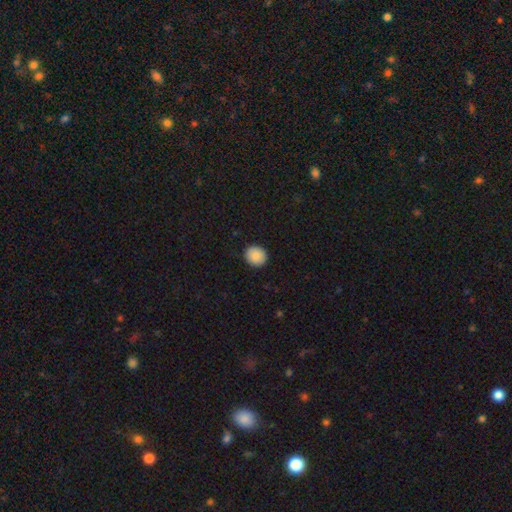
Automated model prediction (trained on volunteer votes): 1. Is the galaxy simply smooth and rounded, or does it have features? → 89% smooth, 8% star or artifact, 4% featured or disk.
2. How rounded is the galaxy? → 83% round, 16% in between, 1% cigar-shaped.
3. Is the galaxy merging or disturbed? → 92% none, 6% minor disturbance, 2% major disturbance, 1% merger.